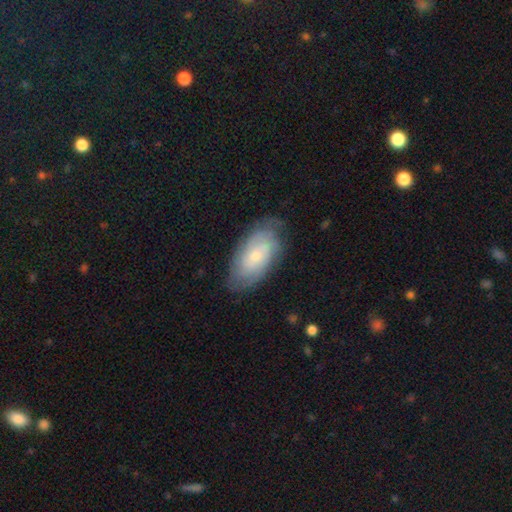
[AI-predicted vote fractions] smooth_or_featured: featured or disk (p=0.61) [alt: smooth p=0.32]
disk_edge_on: no (p=0.93) [alt: yes p=0.07]
bar: no (p=0.72) [alt: weak p=0.23]
has_spiral_arms: yes (p=0.85) [alt: no p=0.15]
bulge_size: small (p=0.64) [alt: moderate p=0.30]
merging: none (p=0.76) [alt: minor disturbance p=0.18]